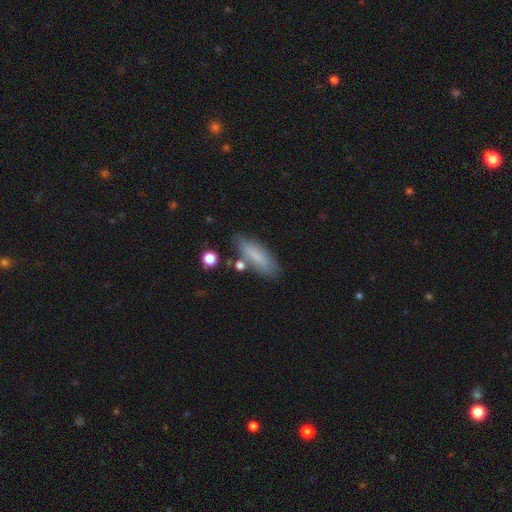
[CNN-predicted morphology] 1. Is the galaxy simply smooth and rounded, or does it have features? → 76% smooth, 17% featured or disk, 7% star or artifact.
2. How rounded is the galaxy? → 54% cigar-shaped, 44% in between, 2% round.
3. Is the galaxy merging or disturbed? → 74% none, 16% minor disturbance, 6% merger, 4% major disturbance.